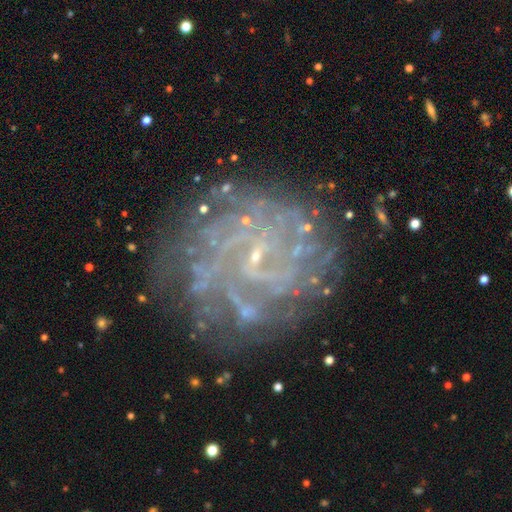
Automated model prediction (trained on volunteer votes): A featured or disk galaxy (73%) with no bar (63%), tight (60%) spiral arms (71%) and a small central bulge (64%). Merging: none (72%).